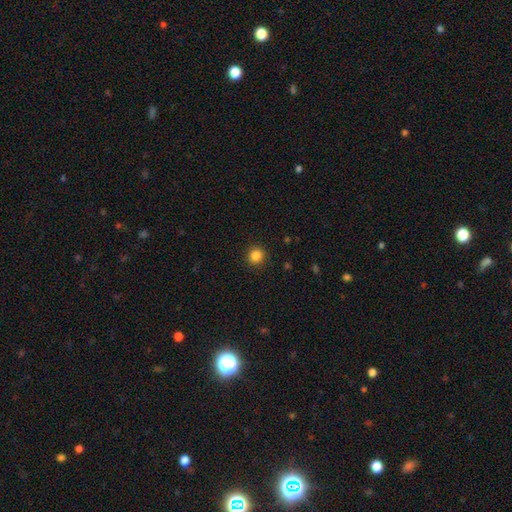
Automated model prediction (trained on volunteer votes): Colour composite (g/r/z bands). It shows a smooth galaxy with no disk features (85%) that is round (93%). Merging: none (92%).